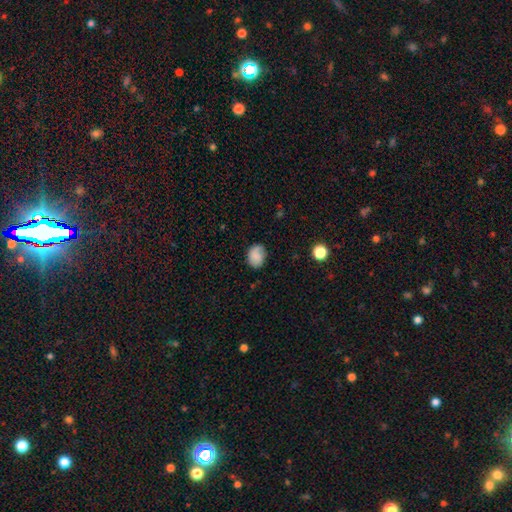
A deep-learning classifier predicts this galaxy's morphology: Smooth or featured: smooth — 78% (featured or disk — 13%)
How rounded: in between — 64% (round — 35%)
Merging: none — 72% (minor disturbance — 21%)